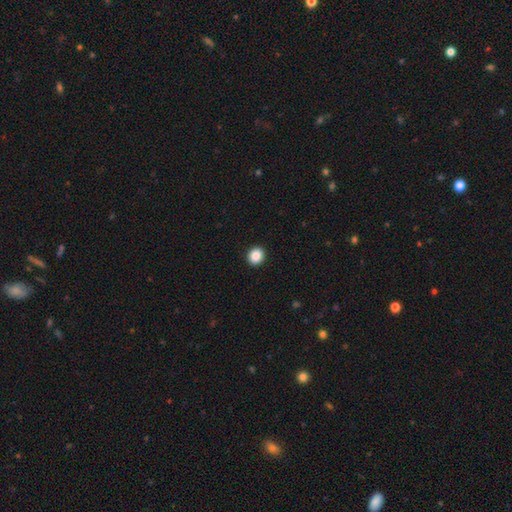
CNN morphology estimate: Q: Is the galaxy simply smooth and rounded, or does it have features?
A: smooth — 88%.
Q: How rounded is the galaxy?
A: round — 78%.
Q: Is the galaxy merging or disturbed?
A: none — 93%.